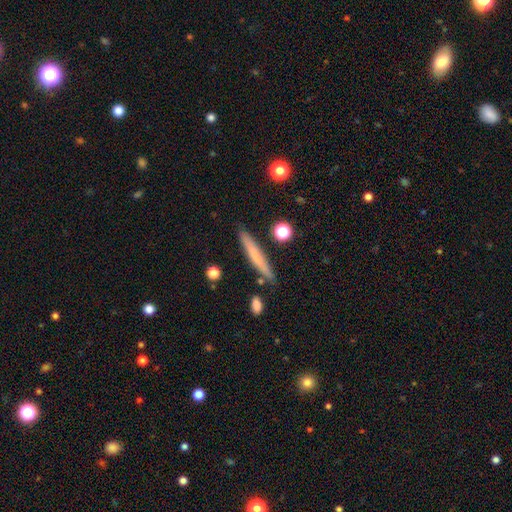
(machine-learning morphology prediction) smooth 65%, featured or disk 28%, star or artifact 7%. Down the decision tree: how rounded — cigar-shaped (94%); merging — none (85%).